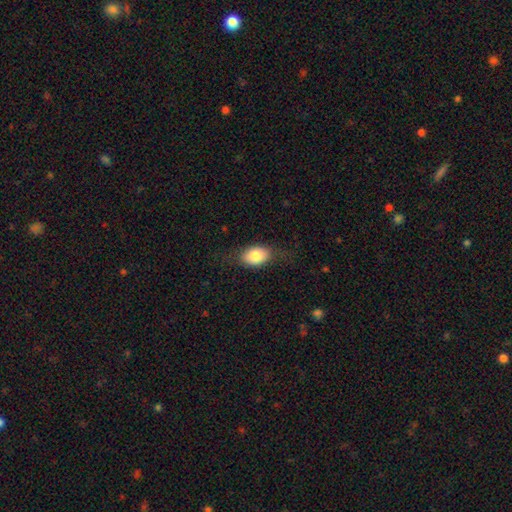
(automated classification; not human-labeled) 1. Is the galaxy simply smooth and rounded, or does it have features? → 81% smooth, 12% featured or disk, 7% star or artifact.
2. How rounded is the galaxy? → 84% in between, 14% round, 2% cigar-shaped.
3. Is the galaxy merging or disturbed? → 72% none, 19% minor disturbance, 8% major disturbance, 1% merger.